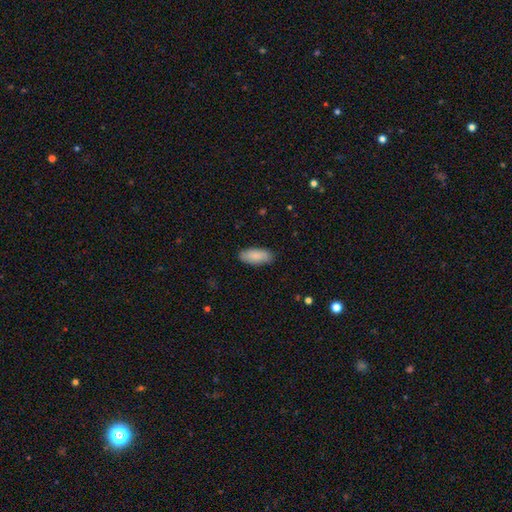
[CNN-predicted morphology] smooth 86%, featured or disk 8%, star or artifact 5%. Down the decision tree: how rounded — in between (88%); merging — none (86%).